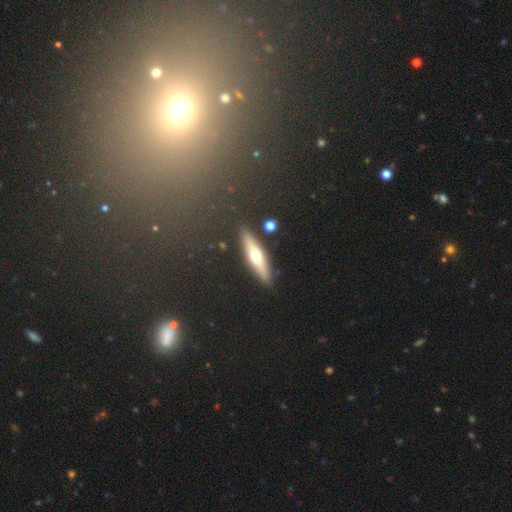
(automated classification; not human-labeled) smooth_or_featured: featured or disk (p=0.47) [alt: smooth p=0.46]
merging: none (p=0.87) [alt: minor disturbance p=0.08]